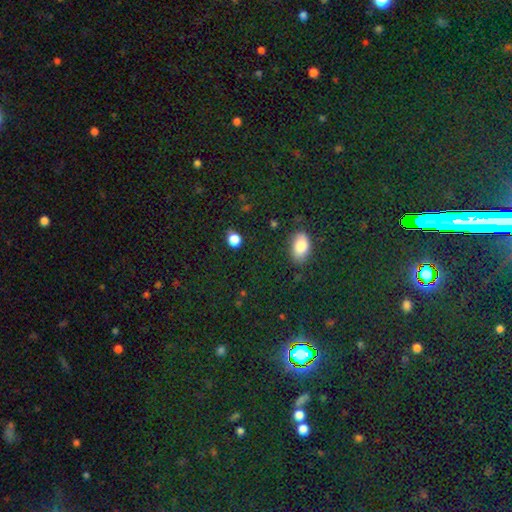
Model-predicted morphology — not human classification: smooth_or_featured: star or artifact (p=0.46) [alt: smooth p=0.45]